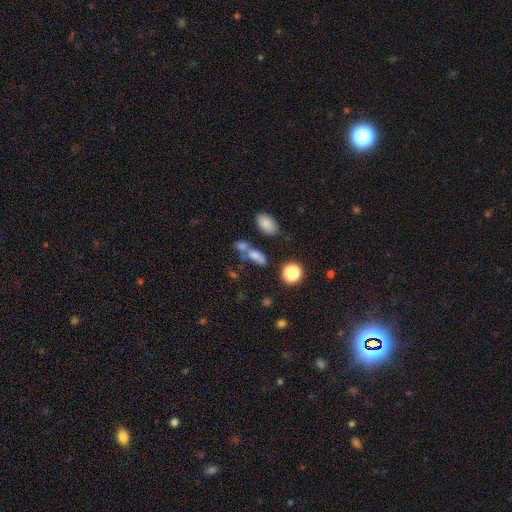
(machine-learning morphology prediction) smooth 72%, star or artifact 16%, featured or disk 12%. Down the decision tree: how rounded — in between (75%); merging — none (42%).